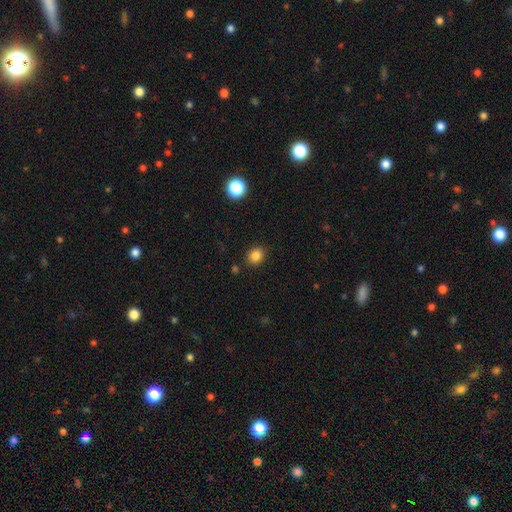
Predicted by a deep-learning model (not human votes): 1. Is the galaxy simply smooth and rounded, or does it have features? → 84% smooth, 12% star or artifact, 5% featured or disk.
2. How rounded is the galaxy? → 63% round, 36% in between, 1% cigar-shaped.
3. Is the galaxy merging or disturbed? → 87% none, 8% minor disturbance, 2% major disturbance, 2% merger.